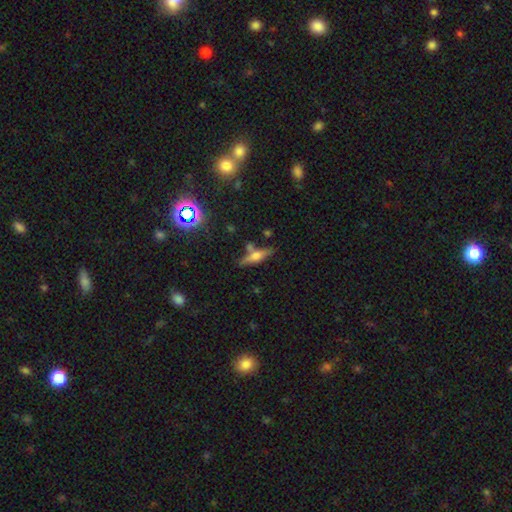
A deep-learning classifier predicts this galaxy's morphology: type=featured or disk (57%); edge-on=yes (93%); edge-on bulge=rounded (88%); merging=none (73%).